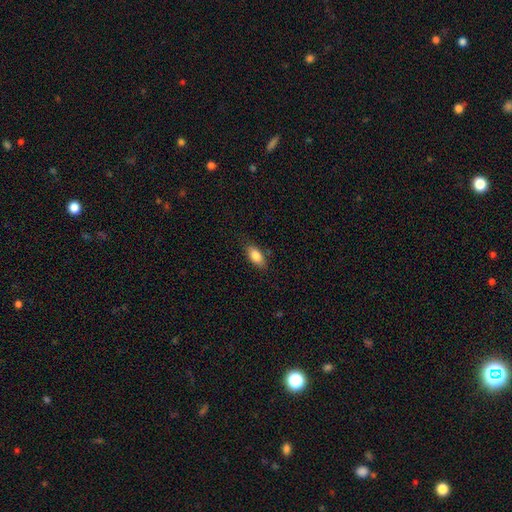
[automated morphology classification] smooth-or-featured: smooth: 85% | featured or disk: 8% | star or artifact: 7%
  how-rounded: in between: 89% | cigar-shaped: 8% | round: 4%
  merging: none: 82% | minor disturbance: 14% | major disturbance: 3% | merger: 2%